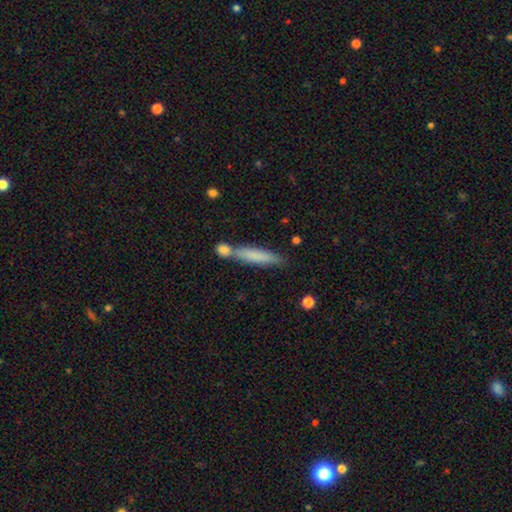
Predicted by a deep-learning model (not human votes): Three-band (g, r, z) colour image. It shows a smooth galaxy with no disk features (74%) that is cigar-shaped (87%). Merging: none (58%).